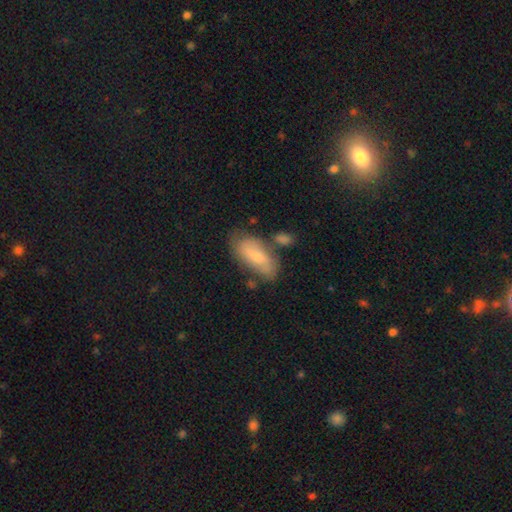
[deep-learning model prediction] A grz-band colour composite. It shows a smooth galaxy with no disk features (60%) that is in between round and cigar-shaped (83%). Merging: none (60%).